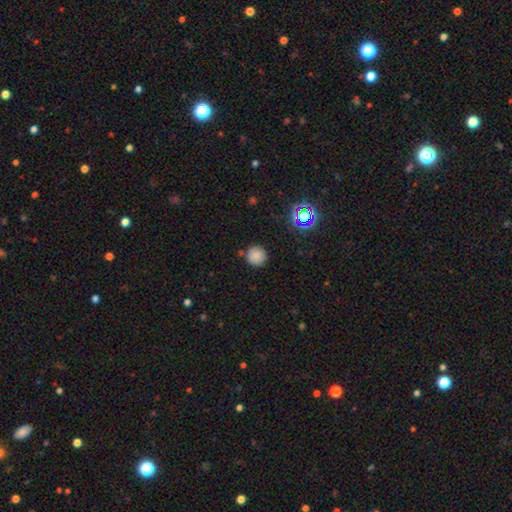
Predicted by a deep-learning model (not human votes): The model was most divided on "smooth or featured": smooth: 81%, star or artifact: 14%, featured or disk: 5%. More confident: how rounded — round (94%); merging — none (85%).